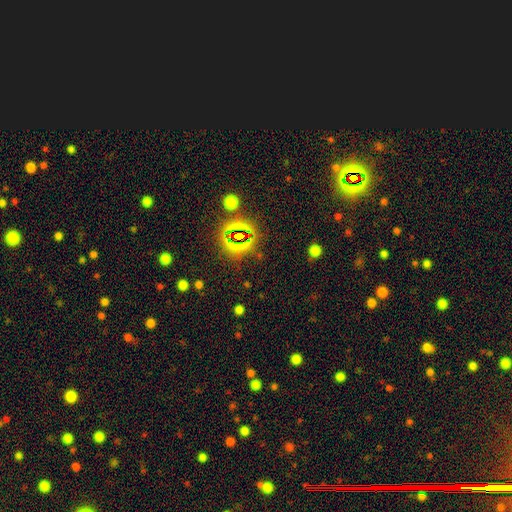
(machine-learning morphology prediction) Smooth or featured? star or artifact (74%)